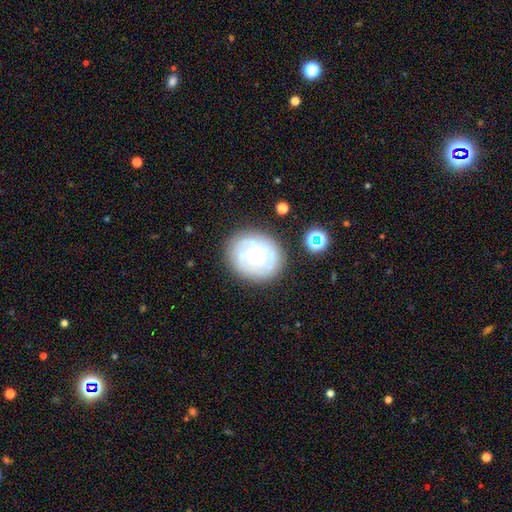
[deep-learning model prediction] Smooth or featured? featured or disk (61%)
Edge-on disk? no (97%)
Bar? no (78%)
Spiral arms? yes (56%)
Bulge size? moderate (69%)
Merging? none (78%)